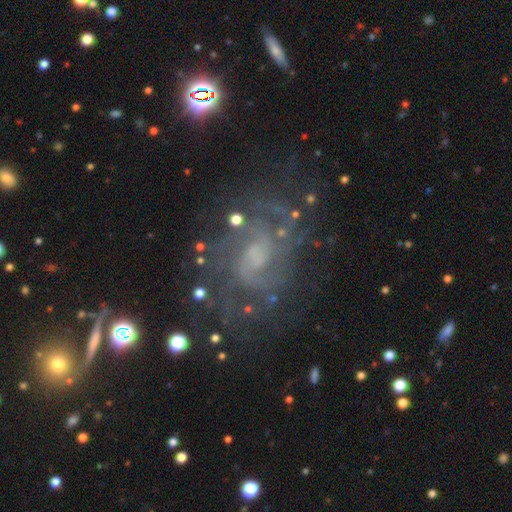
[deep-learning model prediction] Smooth or featured: featured or disk — 80% (star or artifact — 11%)
Edge-on disk: no — 97% (yes — 3%)
Bar: no — 49% (weak — 42%)
Spiral arms: yes — 93% (no — 7%)
Spiral winding: medium — 46% (tight — 39%)
Spiral arm count: 2 — 43% (can't tell — 28%)
Bulge size: small — 40% (none — 31%)
Merging: none — 69% (minor disturbance — 16%)